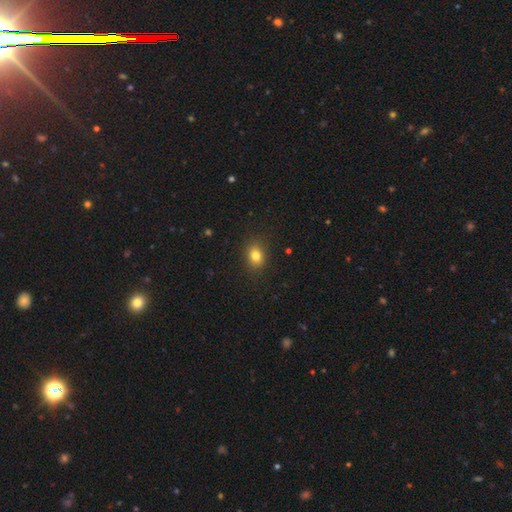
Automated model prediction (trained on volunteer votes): smooth_or_featured: smooth (p=0.81) [alt: star or artifact p=0.12]
how_rounded: in between (p=0.58) [alt: round p=0.41]
merging: none (p=0.87) [alt: minor disturbance p=0.09]